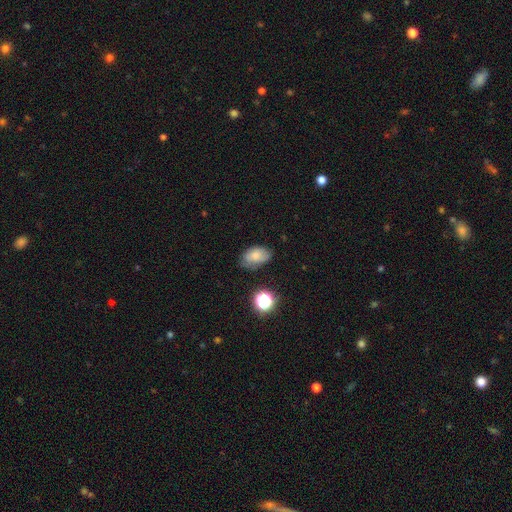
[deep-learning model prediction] smooth-or-featured: smooth: 74% | featured or disk: 15% | star or artifact: 11%
  how-rounded: in between: 88% | round: 10% | cigar-shaped: 1%
  merging: none: 63% | minor disturbance: 28% | major disturbance: 7% | merger: 2%